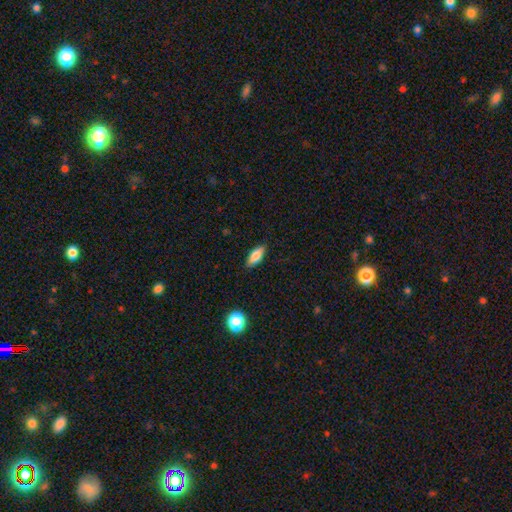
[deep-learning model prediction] smooth 80%, featured or disk 13%, star or artifact 7%. Down the decision tree: how rounded — in between (81%); merging — none (86%).